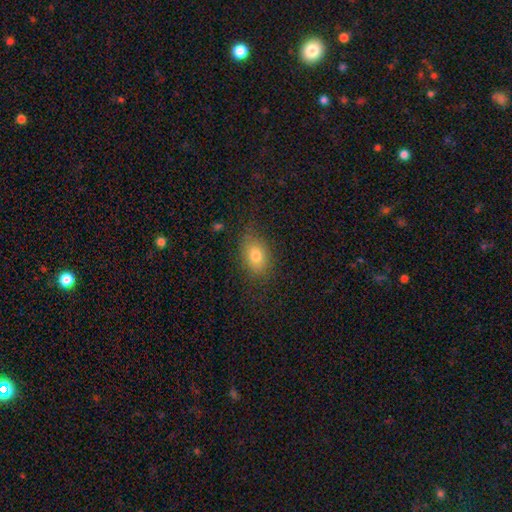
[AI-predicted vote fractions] Smooth or featured?
  - smooth: 78% *
  - featured or disk: 12%
  - star or artifact: 10%
How rounded?
  - in between: 78% *
  - round: 20%
  - cigar-shaped: 2%
Merging?
  - none: 78% *
  - minor disturbance: 16%
  - major disturbance: 5%
  - merger: 1%